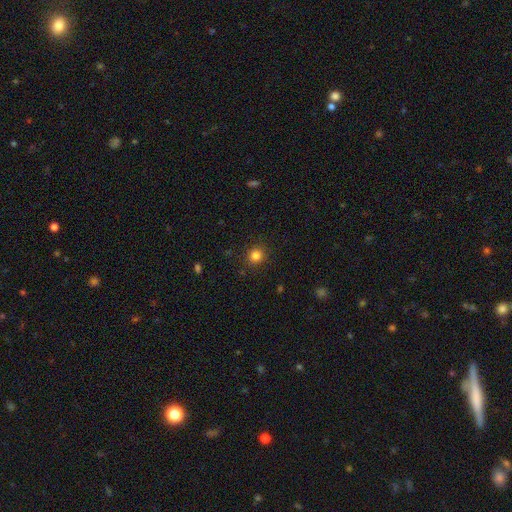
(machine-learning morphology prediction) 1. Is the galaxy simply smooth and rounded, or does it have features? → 82% smooth, 13% star or artifact, 5% featured or disk.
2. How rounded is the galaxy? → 89% round, 10% in between, 1% cigar-shaped.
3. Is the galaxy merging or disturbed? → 89% none, 7% minor disturbance, 2% major disturbance, 1% merger.